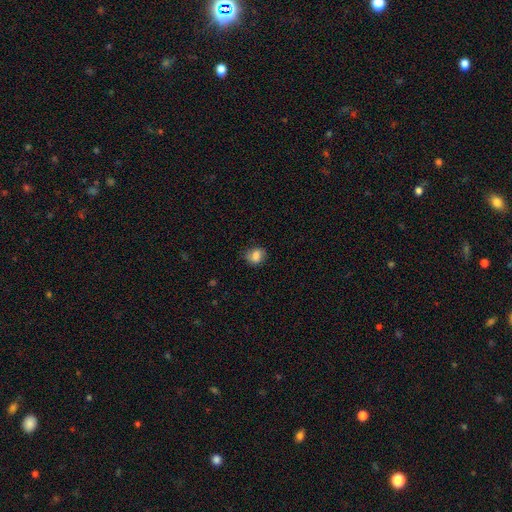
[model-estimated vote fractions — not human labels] Morphology: type=smooth (81%); roundness=round (53%); merging=none (74%).